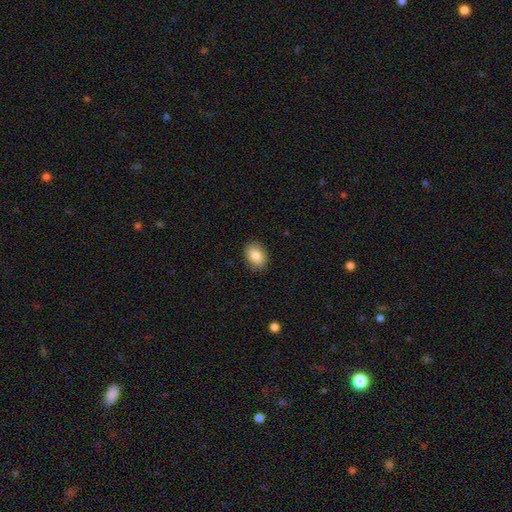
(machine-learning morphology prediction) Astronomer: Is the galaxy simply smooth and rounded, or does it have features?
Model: smooth — 86%.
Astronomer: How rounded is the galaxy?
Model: in between — 77%.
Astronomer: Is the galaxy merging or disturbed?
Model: none — 89%.